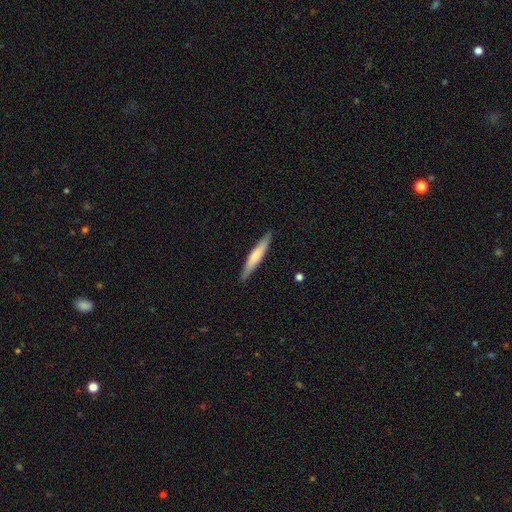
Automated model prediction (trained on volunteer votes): Smooth or featured: smooth — 63% (featured or disk — 32%)
How rounded: cigar-shaped — 93% (in between — 5%)
Merging: none — 89% (minor disturbance — 8%)